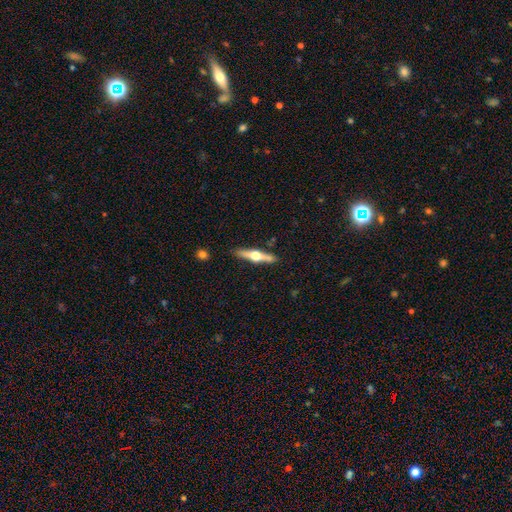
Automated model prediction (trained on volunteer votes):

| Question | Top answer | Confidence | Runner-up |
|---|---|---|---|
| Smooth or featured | featured or disk | 69% | smooth (26%) |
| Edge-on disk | yes | 97% | no (3%) |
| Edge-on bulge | rounded | 96% | boxy (2%) |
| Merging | none | 88% | minor disturbance (8%) |